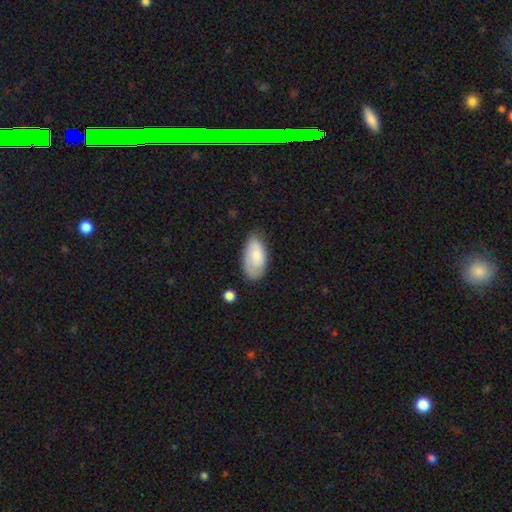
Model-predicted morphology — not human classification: The model was most divided on "merging": none: 66%, minor disturbance: 26%, major disturbance: 6%, merger: 2%. More confident: how rounded — in between (94%); smooth or featured — smooth (73%).